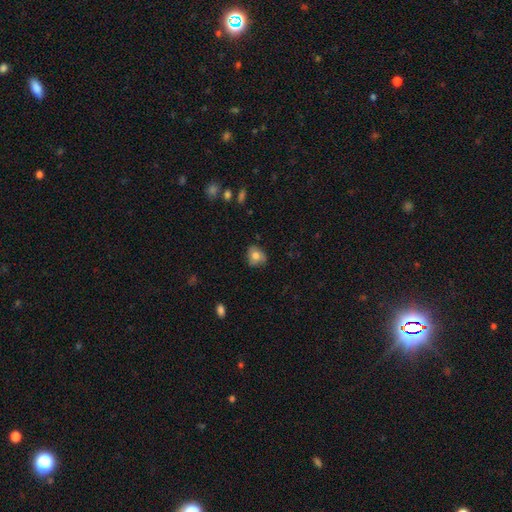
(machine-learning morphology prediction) The model was most divided on "how rounded": round: 65%, in between: 34%, cigar-shaped: 1%. More confident: smooth or featured — smooth (74%); merging — none (70%).